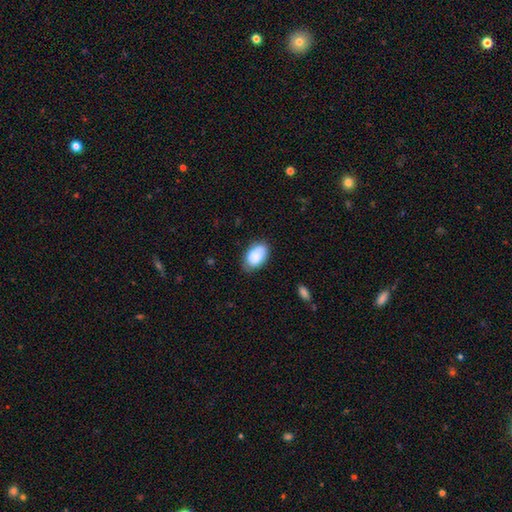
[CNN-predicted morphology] smooth-or-featured: smooth: 86% | featured or disk: 8% | star or artifact: 6%
  how-rounded: in between: 92% | round: 6% | cigar-shaped: 1%
  merging: none: 75% | minor disturbance: 20% | major disturbance: 4% | merger: 1%